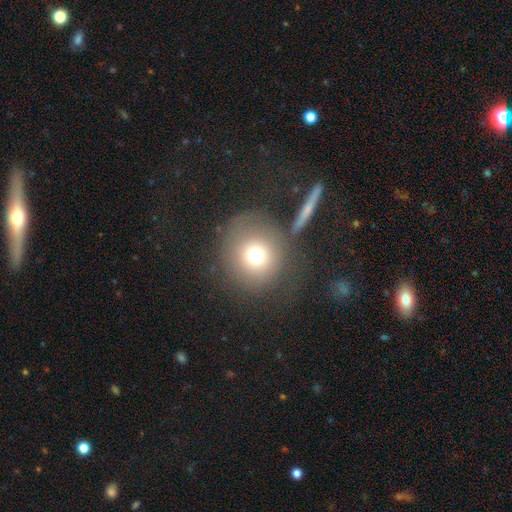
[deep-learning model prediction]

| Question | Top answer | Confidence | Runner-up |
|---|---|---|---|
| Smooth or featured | smooth | 71% | featured or disk (16%) |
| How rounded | round | 91% | in between (8%) |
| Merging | none | 66% | minor disturbance (13%) |